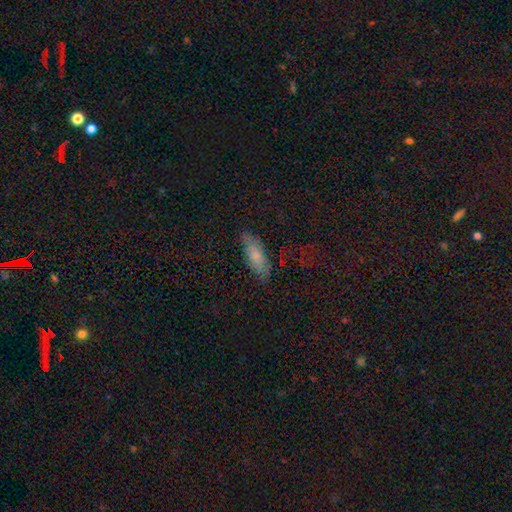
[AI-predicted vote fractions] Smooth or featured? Predicted: smooth (p=0.67). How rounded? Predicted: in between (p=0.66). Merging? Predicted: none (p=0.72).